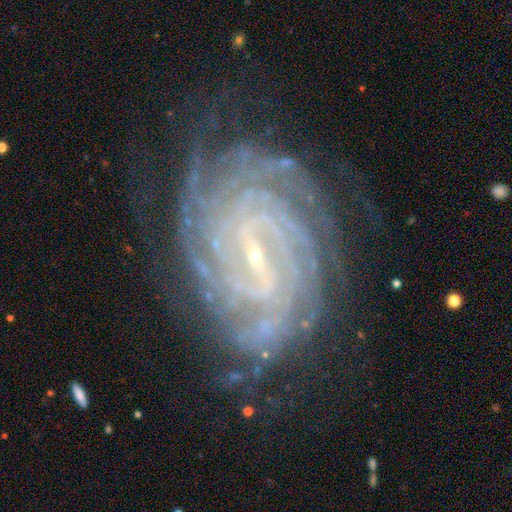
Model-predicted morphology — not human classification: Q: Smooth or featured?
A: featured or disk (91%); runner-up: star or artifact (5%)
Q: Edge-on disk?
A: no (97%); runner-up: yes (3%)
Q: Bar?
A: weak (46%); runner-up: strong (38%)
Q: Spiral arms?
A: yes (98%); runner-up: no (2%)
Q: Spiral winding?
A: tight (85%); runner-up: medium (13%)
Q: Spiral arm count?
A: more than 4 (28%); runner-up: 4 (23%)
Q: Bulge size?
A: small (84%); runner-up: moderate (11%)
Q: Merging?
A: none (77%); runner-up: minor disturbance (16%)